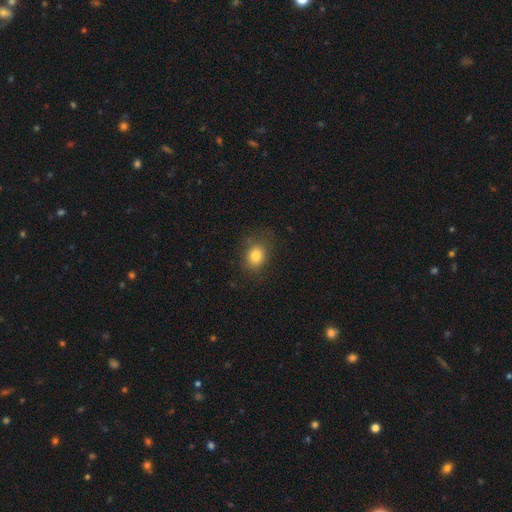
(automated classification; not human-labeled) The model was most divided on "how rounded": round: 50%, in between: 49%, cigar-shaped: 1%. More confident: smooth or featured — smooth (82%); merging — none (77%).